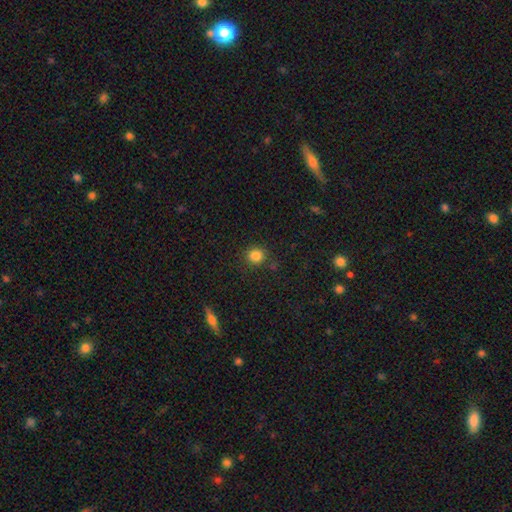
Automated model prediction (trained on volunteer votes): Smooth or featured: smooth — 83% (star or artifact — 12%)
How rounded: round — 89% (in between — 10%)
Merging: none — 84% (minor disturbance — 9%)